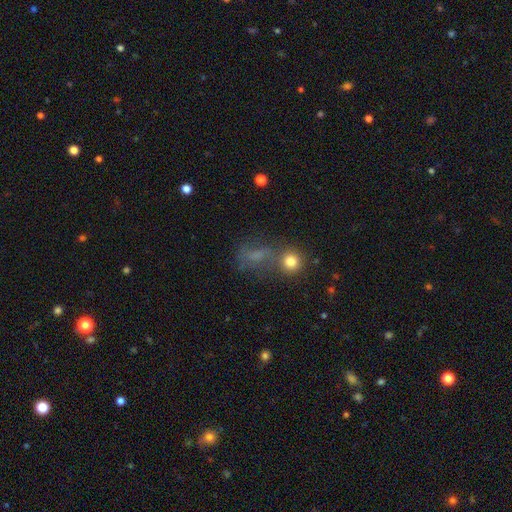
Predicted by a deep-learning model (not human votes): smooth_or_featured: smooth (p=0.51) [alt: star or artifact p=0.27]
how_rounded: in between (p=0.55) [alt: round p=0.35]
merging: none (p=0.41) [alt: major disturbance p=0.22]